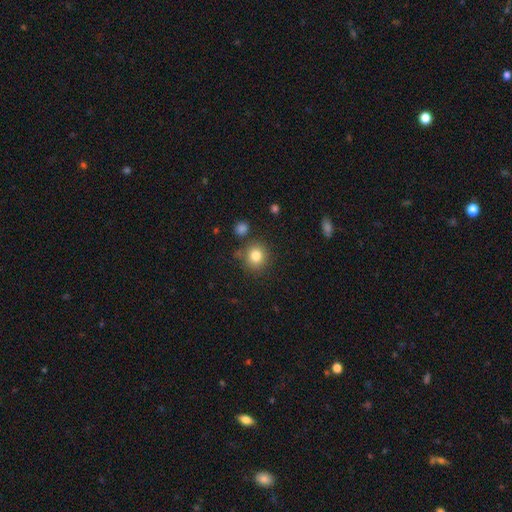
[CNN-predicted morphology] type=smooth (83%); roundness=round (89%); merging=none (81%).